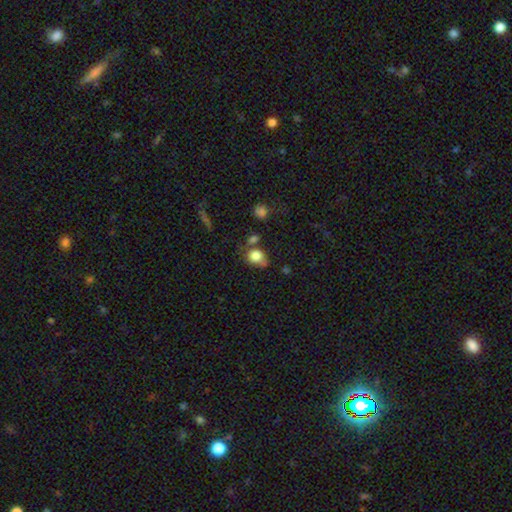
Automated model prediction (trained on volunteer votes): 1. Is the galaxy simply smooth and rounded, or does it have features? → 80% smooth, 10% star or artifact, 10% featured or disk.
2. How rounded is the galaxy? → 56% round, 43% in between, 1% cigar-shaped.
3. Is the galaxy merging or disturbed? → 44% none, 28% minor disturbance, 17% merger, 11% major disturbance.